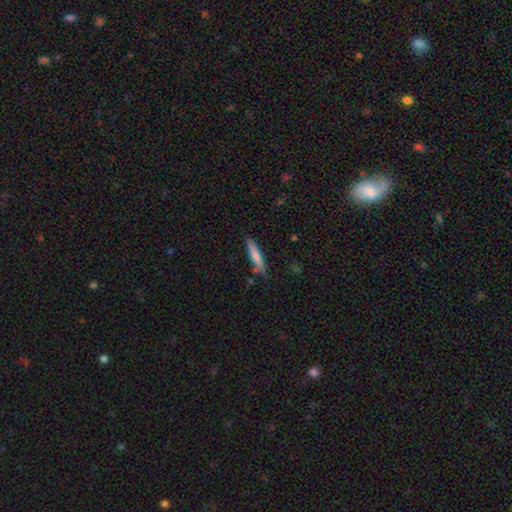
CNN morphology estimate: Smooth or featured?
  - smooth: 76% *
  - featured or disk: 18%
  - star or artifact: 6%
How rounded?
  - cigar-shaped: 86% *
  - in between: 12%
  - round: 1%
Merging?
  - none: 79% *
  - minor disturbance: 14%
  - merger: 4%
  - major disturbance: 3%